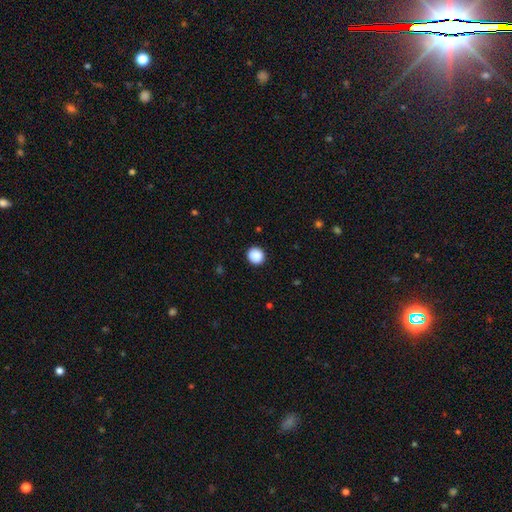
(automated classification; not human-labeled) The model was most divided on "smooth or featured": smooth: 89%, star or artifact: 9%, featured or disk: 2%. More confident: merging — none (92%); how rounded — round (91%).